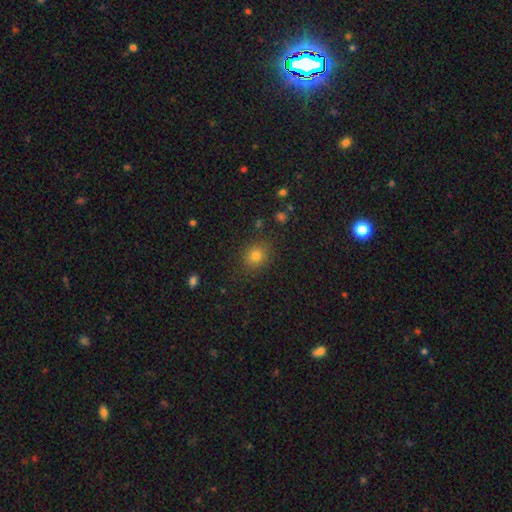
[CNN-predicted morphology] Smooth or featured? smooth (78%)
How rounded? round (68%)
Merging? none (86%)